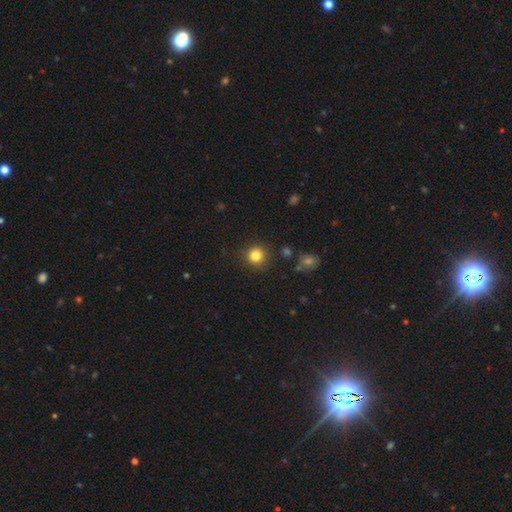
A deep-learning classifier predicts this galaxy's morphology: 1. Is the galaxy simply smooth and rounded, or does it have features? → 83% smooth, 12% star or artifact, 5% featured or disk.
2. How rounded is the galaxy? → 93% round, 6% in between, 1% cigar-shaped.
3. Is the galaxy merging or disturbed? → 89% none, 7% minor disturbance, 3% major disturbance, 2% merger.